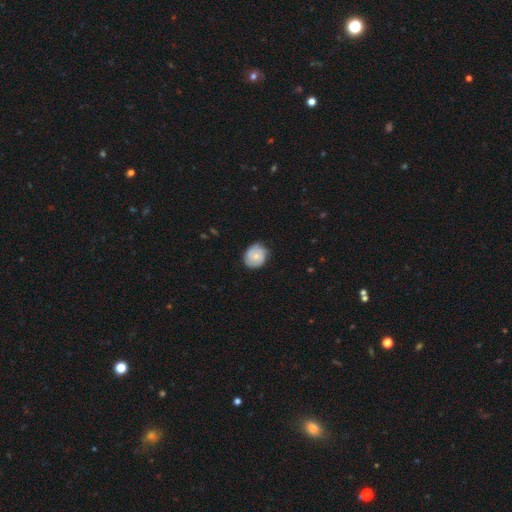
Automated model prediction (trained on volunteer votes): Smooth or featured? Predicted: smooth (p=0.49). Merging? Predicted: none (p=0.70).